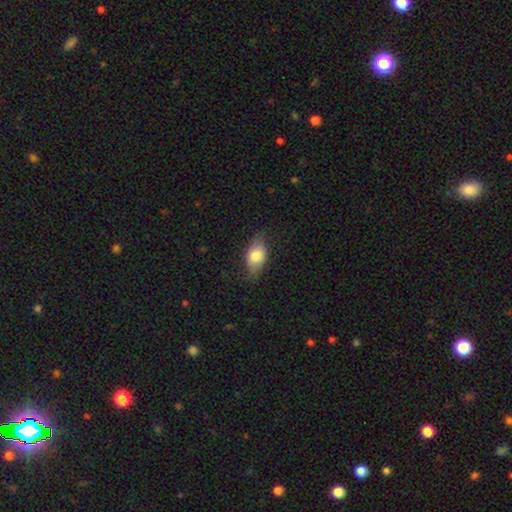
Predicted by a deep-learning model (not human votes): The model was most divided on "merging": none: 74%, minor disturbance: 20%, major disturbance: 4%, merger: 1%. More confident: how rounded — in between (86%); smooth or featured — smooth (77%).